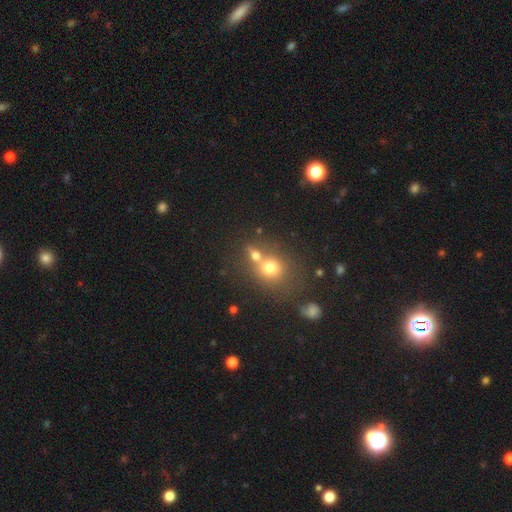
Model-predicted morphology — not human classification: smooth_or_featured: smooth (p=0.67) [alt: star or artifact p=0.16]
how_rounded: round (p=0.64) [alt: in between p=0.33]
merging: merger (p=0.52) [alt: none p=0.35]